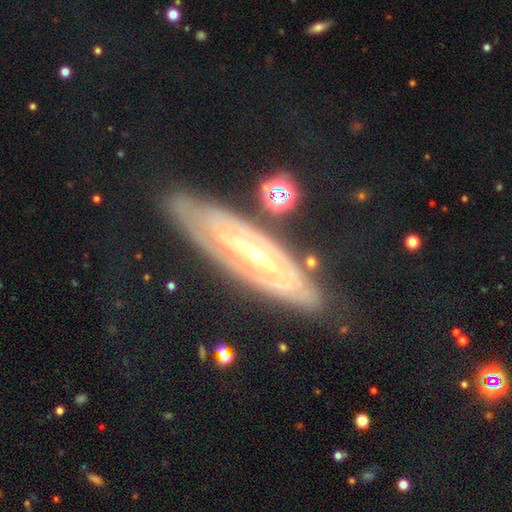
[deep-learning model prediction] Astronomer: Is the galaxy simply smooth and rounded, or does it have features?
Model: featured or disk — 83%.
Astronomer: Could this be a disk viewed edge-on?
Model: no — 72%.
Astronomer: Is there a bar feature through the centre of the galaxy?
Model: no — 41% (runner-up: weak, 35%).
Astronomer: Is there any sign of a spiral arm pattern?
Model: yes — 79%.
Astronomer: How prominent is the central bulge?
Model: moderate — 51% (runner-up: small, 42%).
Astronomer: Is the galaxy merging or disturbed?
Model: none — 78%.